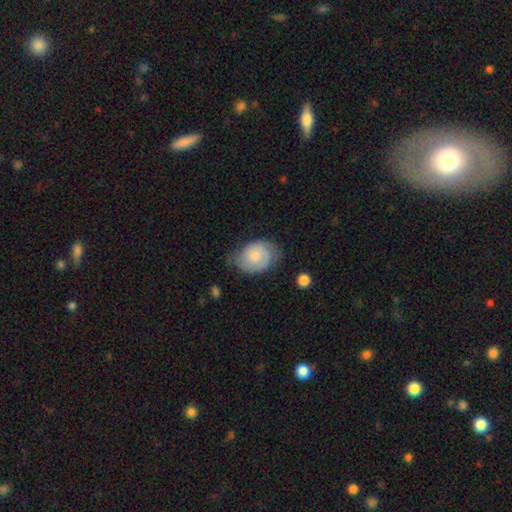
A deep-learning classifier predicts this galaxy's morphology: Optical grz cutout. It shows a smooth galaxy with no disk features (61%) that is in between round and cigar-shaped (62%). Merging: none (55%).